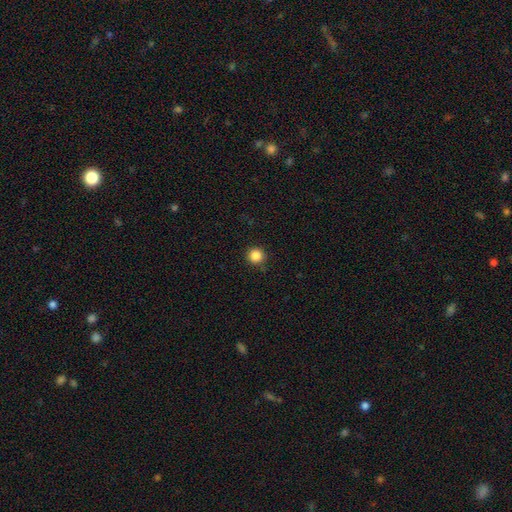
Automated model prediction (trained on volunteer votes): A smooth galaxy with no disk features (85%) that is round (95%).

Vote fractions:
- Smooth or featured? smooth: 85% / star or artifact: 11% / featured or disk: 3%
- How rounded? round: 95% / in between: 4% / cigar-shaped: 1%
- Merging? none: 90% / minor disturbance: 7% / major disturbance: 2% / merger: 1%